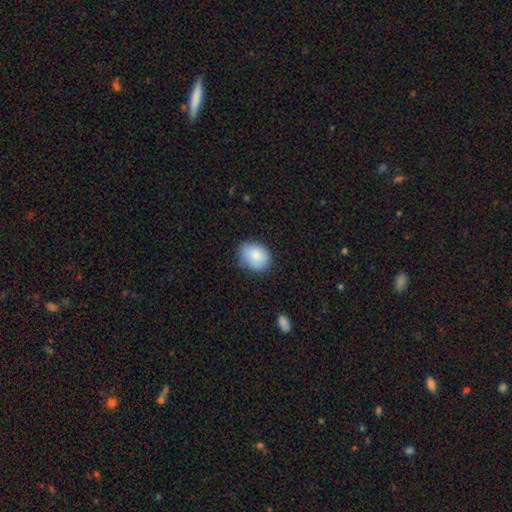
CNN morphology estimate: A smooth galaxy with no disk features (83%) that is in between round and cigar-shaped (59%).

Vote fractions:
- Smooth or featured? smooth: 83% / featured or disk: 10% / star or artifact: 7%
- How rounded? in between: 59% / round: 40% / cigar-shaped: 1%
- Merging? none: 73% / minor disturbance: 22% / major disturbance: 4% / merger: 2%